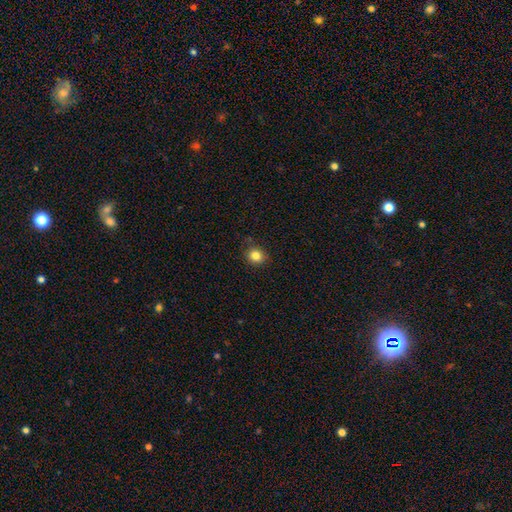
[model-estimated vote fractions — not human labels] Q: Smooth or featured?
A: smooth (83%); runner-up: star or artifact (11%)
Q: How rounded?
A: round (77%); runner-up: in between (22%)
Q: Merging?
A: none (84%); runner-up: minor disturbance (12%)